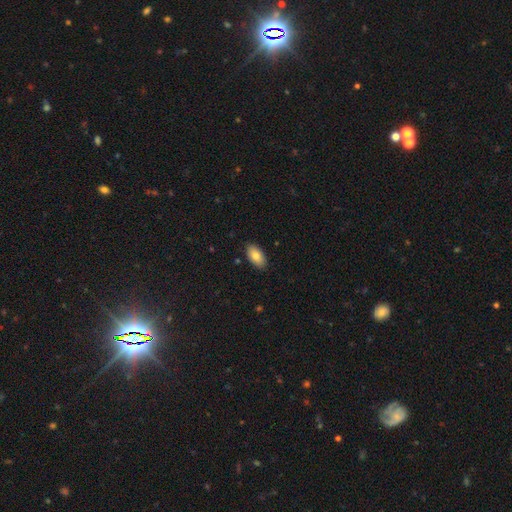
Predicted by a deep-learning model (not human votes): This is clearly a smooth galaxy (82%). How rounded: clearly in between (94%). Merging: clearly none (88%).